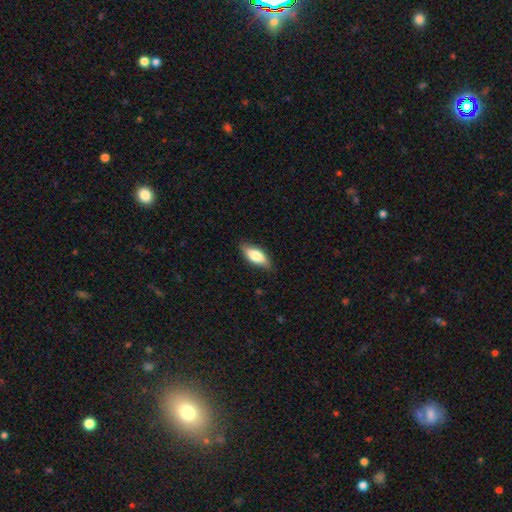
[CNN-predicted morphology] Smooth or featured: smooth — 74% (featured or disk — 20%)
How rounded: in between — 79% (cigar-shaped — 18%)
Merging: none — 81% (minor disturbance — 15%)